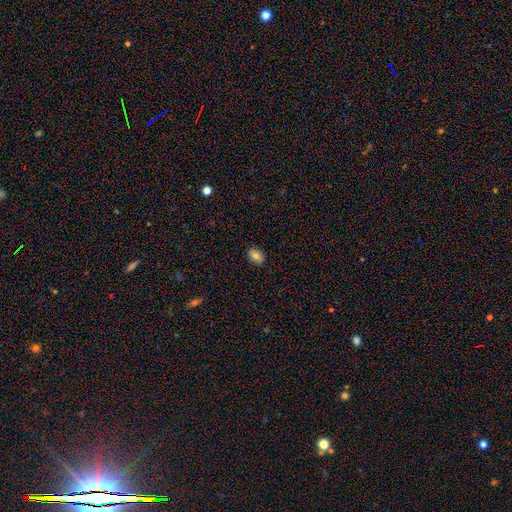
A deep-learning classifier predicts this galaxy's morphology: smooth-or-featured: smooth: 81% | featured or disk: 10% | star or artifact: 9%
  how-rounded: in between: 77% | round: 21% | cigar-shaped: 2%
  merging: none: 88% | minor disturbance: 9% | major disturbance: 2% | merger: 1%